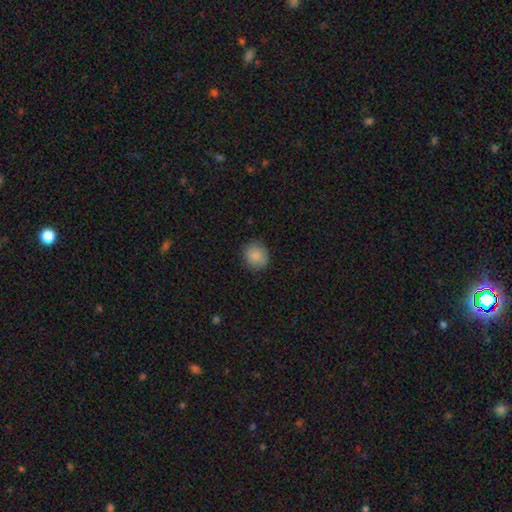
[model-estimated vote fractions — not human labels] A smooth galaxy with no disk features (87%) that is round (82%). Merging: none (87%).